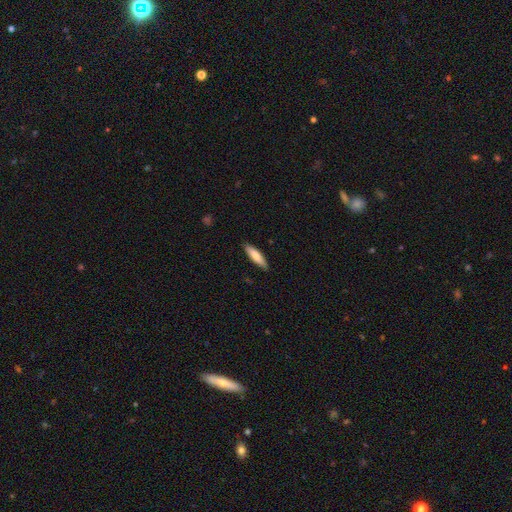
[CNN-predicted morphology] Q: Smooth or featured?
A: smooth (78%); runner-up: featured or disk (17%)
Q: How rounded?
A: cigar-shaped (67%); runner-up: in between (31%)
Q: Merging?
A: none (88%); runner-up: minor disturbance (9%)